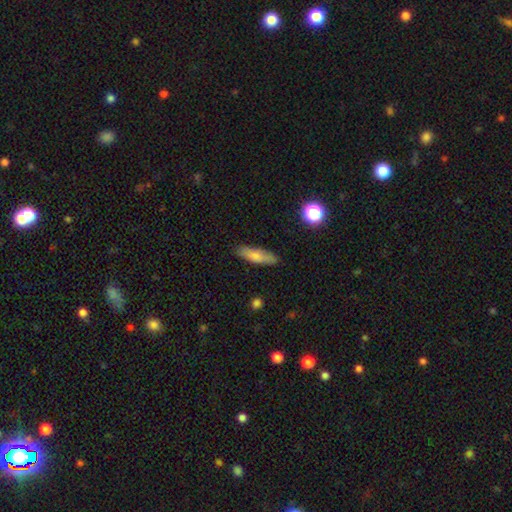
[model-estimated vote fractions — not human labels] Morphology: type=smooth (75%); roundness=cigar-shaped (58%); merging=none (84%).